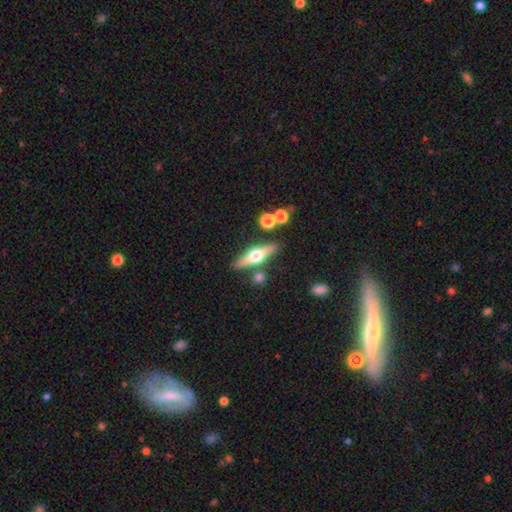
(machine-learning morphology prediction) smooth_or_featured: featured or disk (p=0.62) [alt: smooth p=0.31]
disk_edge_on: yes (p=0.94) [alt: no p=0.06]
edge_on_bulge: rounded (p=0.96) [alt: boxy p=0.03]
merging: none (p=0.80) [alt: minor disturbance p=0.10]